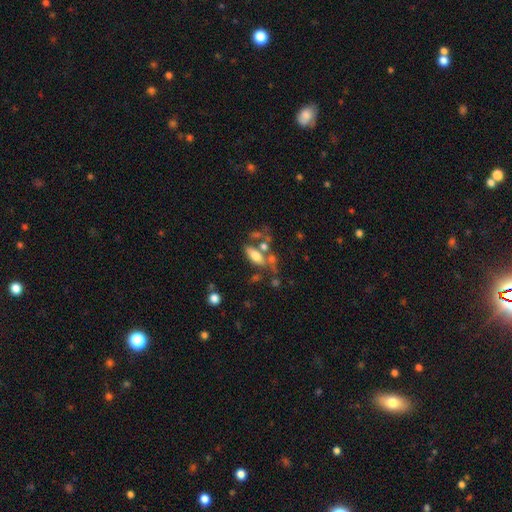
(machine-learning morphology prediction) Smooth or featured?
  - smooth: 63% *
  - featured or disk: 27%
  - star or artifact: 10%
How rounded?
  - in between: 76% *
  - cigar-shaped: 20%
  - round: 4%
Merging?
  - none: 44% *
  - merger: 28%
  - minor disturbance: 16%
  - major disturbance: 12%